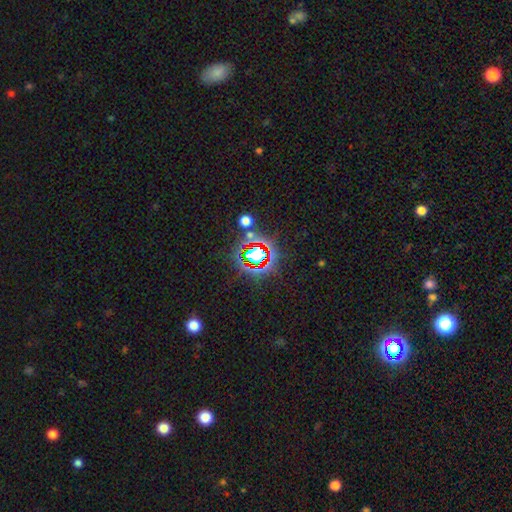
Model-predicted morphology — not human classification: smooth-or-featured: star or artifact: 69% | smooth: 19% | featured or disk: 12%